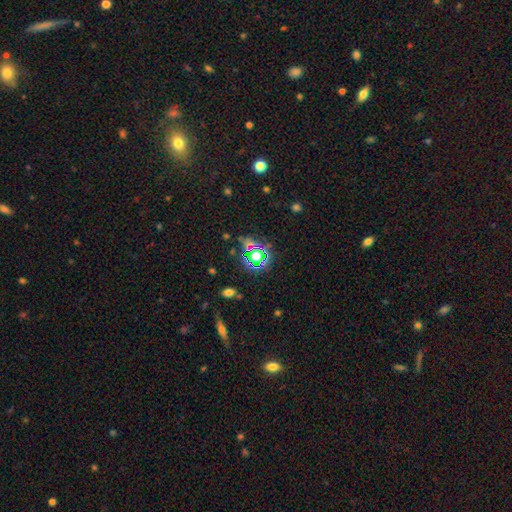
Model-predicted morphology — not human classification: star or artifact 58%, smooth 32%, featured or disk 11%.